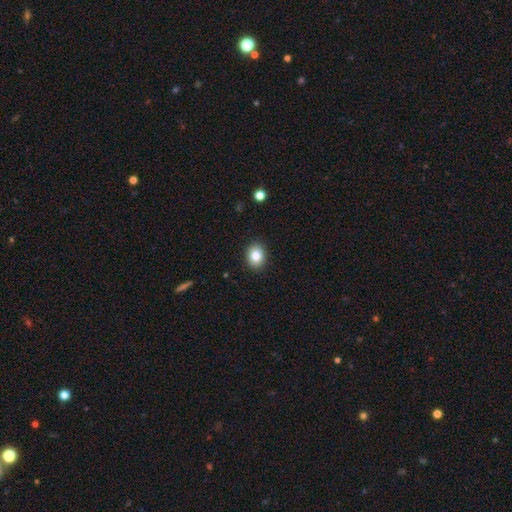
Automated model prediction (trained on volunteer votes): The model was most divided on "how rounded": in between: 51%, round: 48%, cigar-shaped: 1%. More confident: merging — none (90%); smooth or featured — smooth (83%).